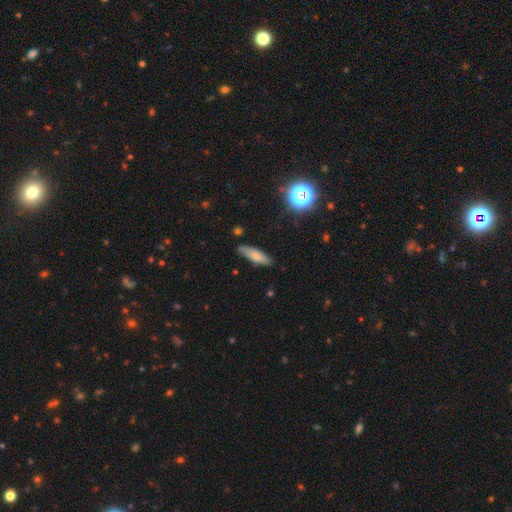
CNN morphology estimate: A smooth galaxy with no disk features (72%) that is cigar-shaped (59%).

Vote fractions:
- Smooth or featured? smooth: 72% / featured or disk: 19% / star or artifact: 8%
- How rounded? cigar-shaped: 59% / in between: 39% / round: 2%
- Merging? none: 80% / minor disturbance: 16% / major disturbance: 3% / merger: 2%